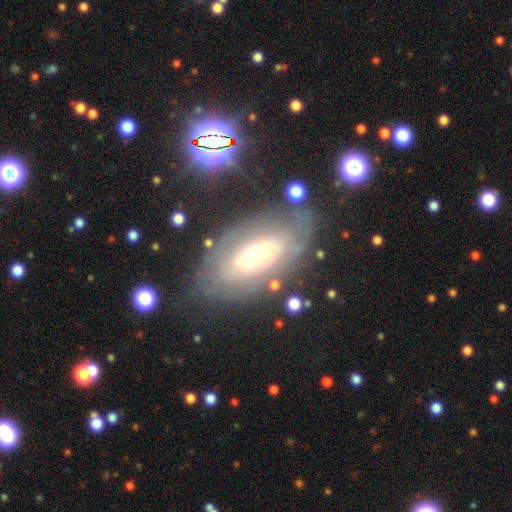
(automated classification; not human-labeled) A featured or disk galaxy (66%) with no bar (70%), spiral arms (65%) and a moderate central bulge (51%). Merging: none (67%).